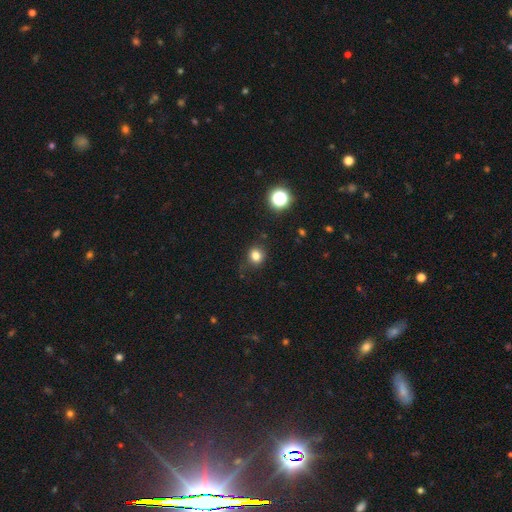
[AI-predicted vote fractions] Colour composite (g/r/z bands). It shows a smooth galaxy with no disk features (80%) that is round (79%). Merging: none (81%).